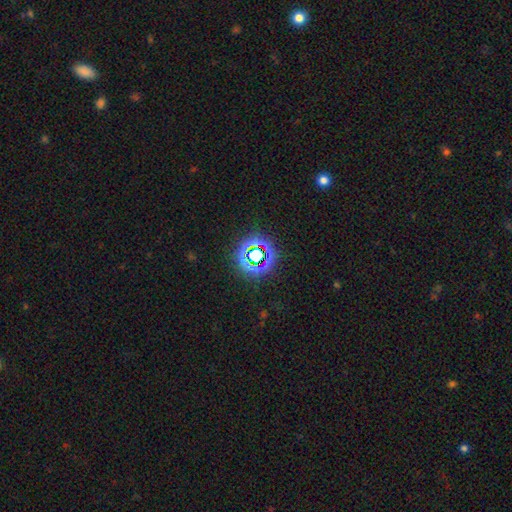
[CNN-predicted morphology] A star or artifact, not a galaxy (72%).